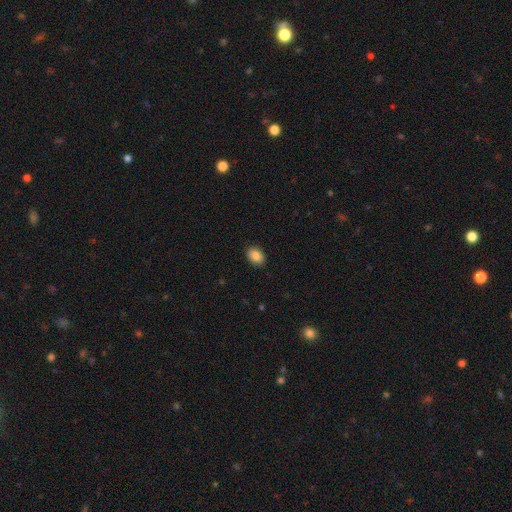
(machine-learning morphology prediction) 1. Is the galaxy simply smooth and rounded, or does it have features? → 87% smooth, 8% star or artifact, 5% featured or disk.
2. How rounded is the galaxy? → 79% in between, 20% round, 1% cigar-shaped.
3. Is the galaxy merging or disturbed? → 89% none, 8% minor disturbance, 2% major disturbance, 1% merger.